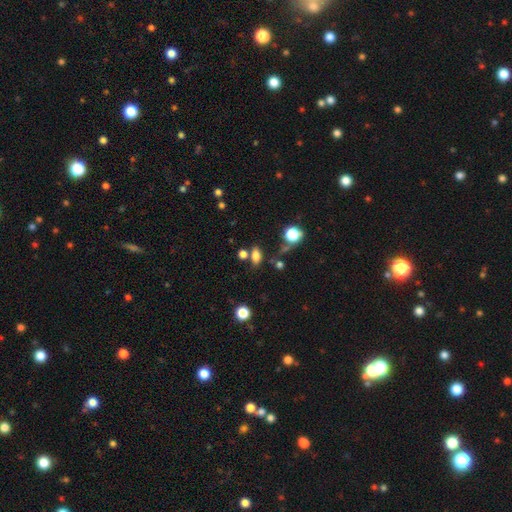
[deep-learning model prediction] Smooth or featured?
  - smooth: 78% *
  - star or artifact: 14%
  - featured or disk: 9%
How rounded?
  - in between: 81% *
  - round: 14%
  - cigar-shaped: 6%
Merging?
  - none: 67% *
  - merger: 14%
  - minor disturbance: 14%
  - major disturbance: 5%